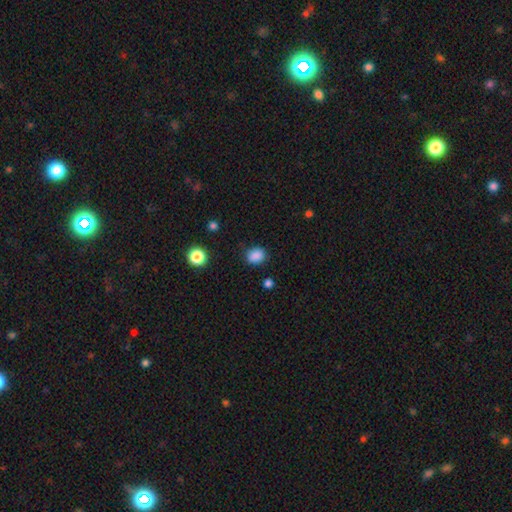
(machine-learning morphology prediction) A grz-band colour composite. It shows a smooth galaxy with no disk features (86%) that is round (52%). Merging: none (81%).